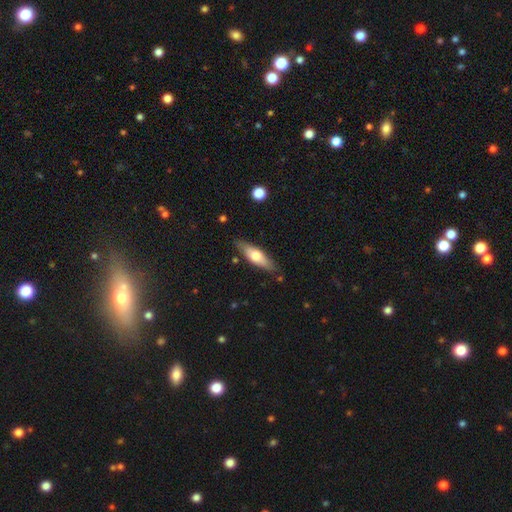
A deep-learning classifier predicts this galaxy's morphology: This is possibly a smooth galaxy (54%). How rounded: possibly cigar-shaped (57%). Merging: clearly none (83%).